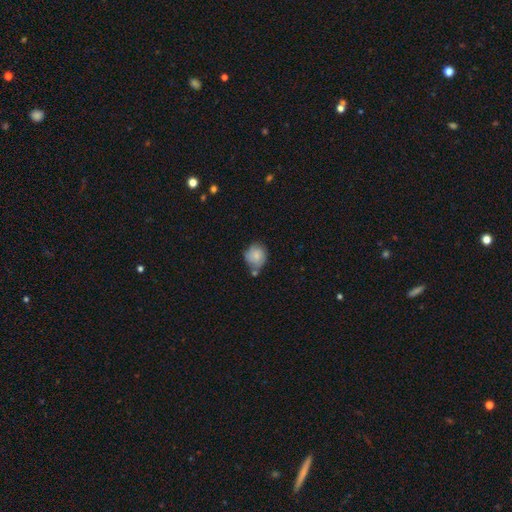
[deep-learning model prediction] A smooth galaxy with no disk features (76%) that is round (77%).

Vote fractions:
- Smooth or featured? smooth: 76% / featured or disk: 17% / star or artifact: 8%
- How rounded? round: 77% / in between: 22% / cigar-shaped: 1%
- Merging? none: 50% / minor disturbance: 25% / merger: 18% / major disturbance: 6%